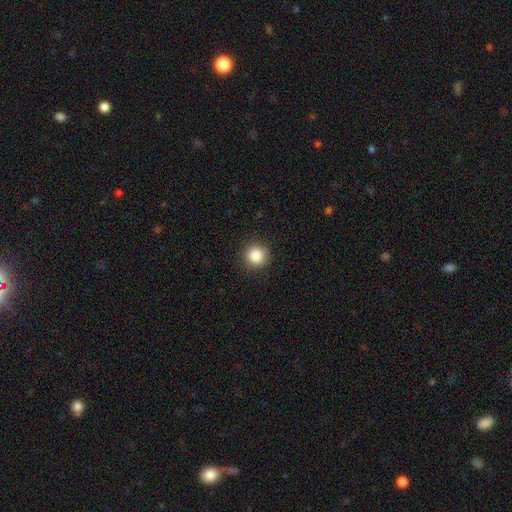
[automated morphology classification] The model was most divided on "smooth or featured": smooth: 86%, star or artifact: 10%, featured or disk: 4%. More confident: how rounded — round (94%); merging — none (91%).